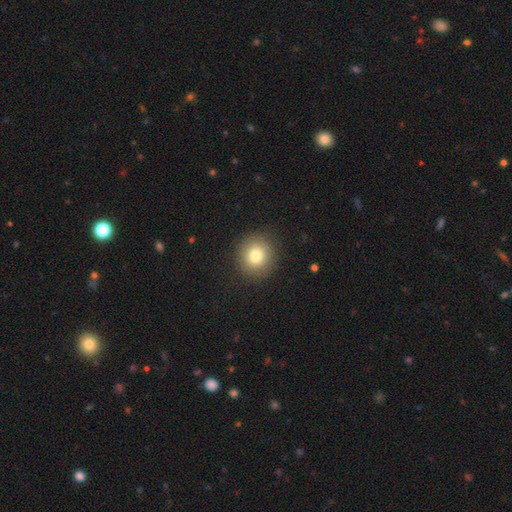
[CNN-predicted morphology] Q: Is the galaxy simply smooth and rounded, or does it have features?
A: smooth — 79%.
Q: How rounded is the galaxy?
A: round — 91%.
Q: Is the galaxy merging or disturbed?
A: none — 89%.